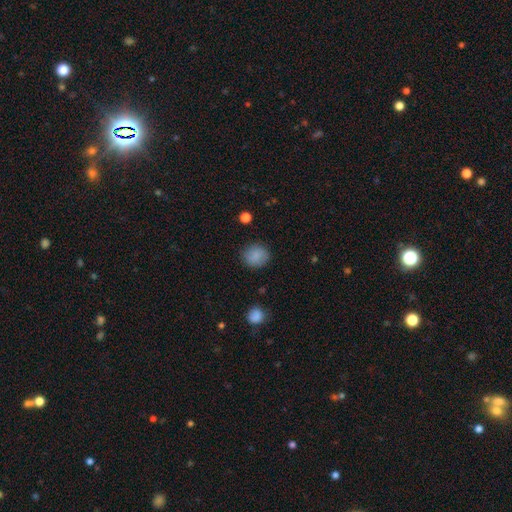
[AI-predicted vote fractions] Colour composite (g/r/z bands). It shows a smooth galaxy with no disk features (86%) that is round (83%). Merging: none (86%).